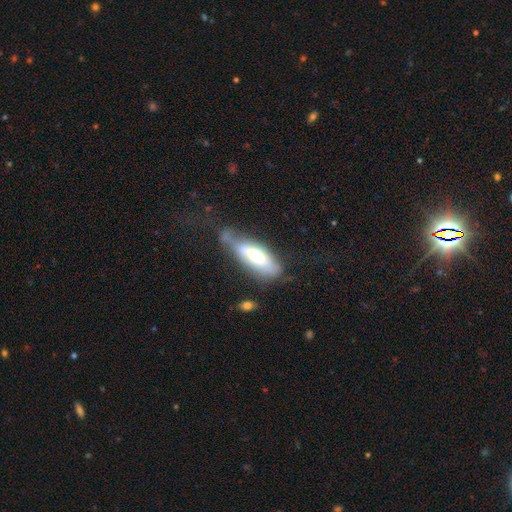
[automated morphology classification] This appears to be a smooth galaxy with no disk features (51%) that is in between round and cigar-shaped (69%). Merging: minor disturbance (33%, tied with none).